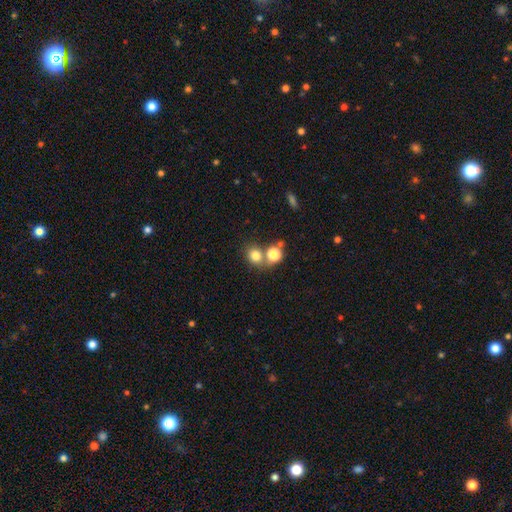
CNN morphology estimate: This is likely a smooth galaxy (77%). How rounded: likely round (77%). Merging: possibly none (56%).